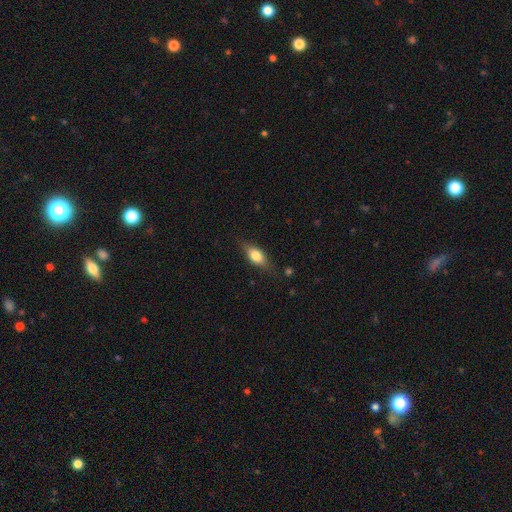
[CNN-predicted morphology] Smooth or featured?
  - smooth: 68% *
  - featured or disk: 25%
  - star or artifact: 8%
How rounded?
  - in between: 75% *
  - cigar-shaped: 18%
  - round: 7%
Merging?
  - none: 77% *
  - minor disturbance: 17%
  - major disturbance: 4%
  - merger: 2%